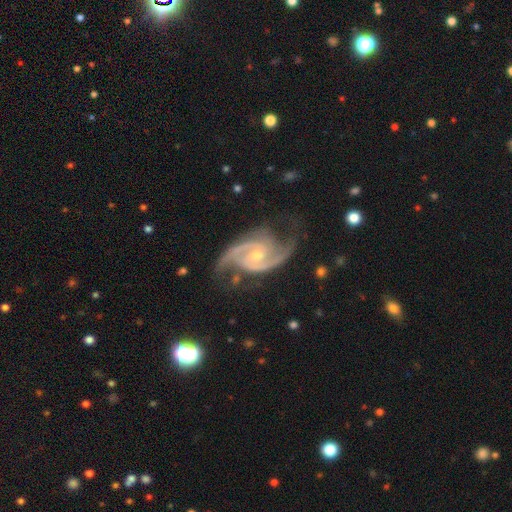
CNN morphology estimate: Q: Smooth or featured?
A: featured or disk (93%); runner-up: star or artifact (4%)
Q: Edge-on disk?
A: no (98%); runner-up: yes (2%)
Q: Bar?
A: no (52%); runner-up: weak (36%)
Q: Spiral arms?
A: yes (99%); runner-up: no (1%)
Q: Spiral winding?
A: medium (58%); runner-up: tight (28%)
Q: Spiral arm count?
A: 2 (87%); runner-up: 3 (6%)
Q: Bulge size?
A: small (55%); runner-up: moderate (42%)
Q: Merging?
A: none (69%); runner-up: minor disturbance (20%)